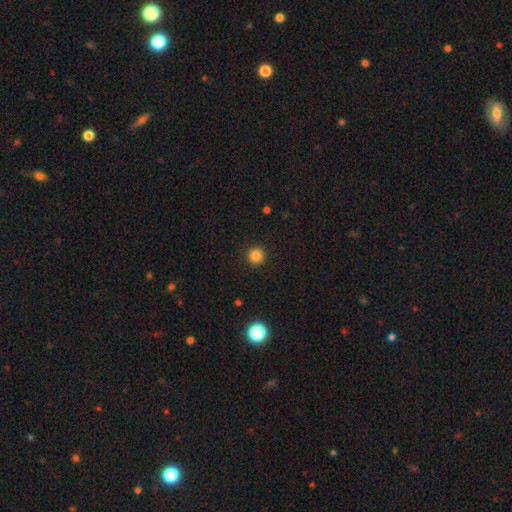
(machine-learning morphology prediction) smooth_or_featured: smooth (p=0.84) [alt: star or artifact p=0.12]
how_rounded: round (p=0.96) [alt: in between p=0.03]
merging: none (p=0.93) [alt: minor disturbance p=0.05]